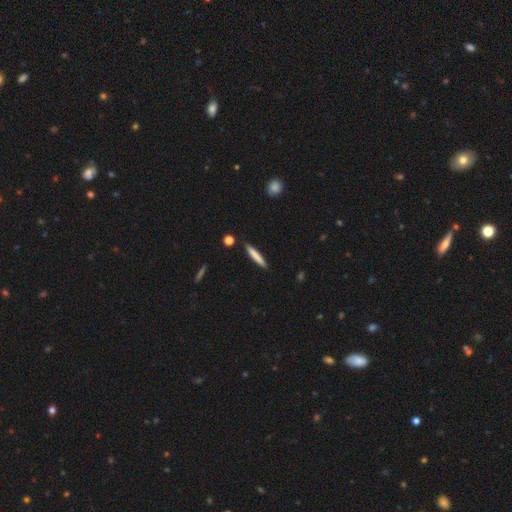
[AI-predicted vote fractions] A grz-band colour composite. It shows a smooth galaxy with no disk features (76%) that is cigar-shaped (94%). Merging: none (90%).